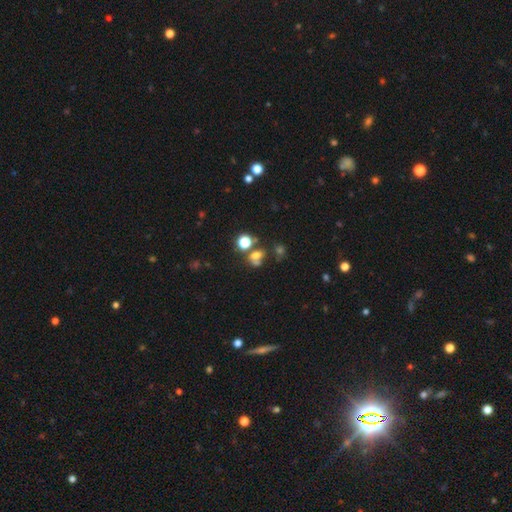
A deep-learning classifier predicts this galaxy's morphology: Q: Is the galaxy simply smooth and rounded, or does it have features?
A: smooth — 57%.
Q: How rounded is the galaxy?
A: round — 58%.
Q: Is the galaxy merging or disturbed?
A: none — 43%.